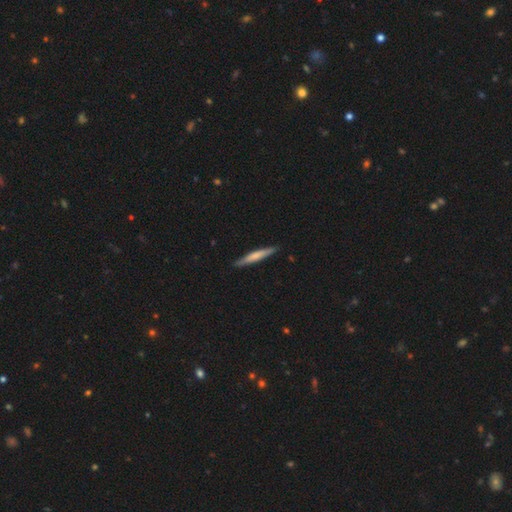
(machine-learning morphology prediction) This is possibly a smooth galaxy (60%). How rounded: clearly cigar-shaped (95%). Merging: clearly none (89%).